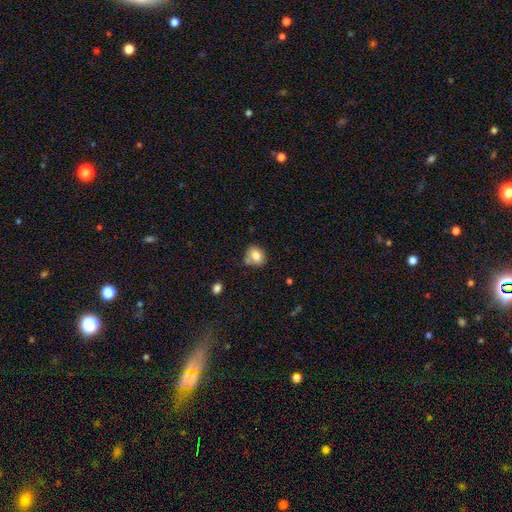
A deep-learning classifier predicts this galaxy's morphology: type=smooth (82%); roundness=round (57%); merging=none (62%).